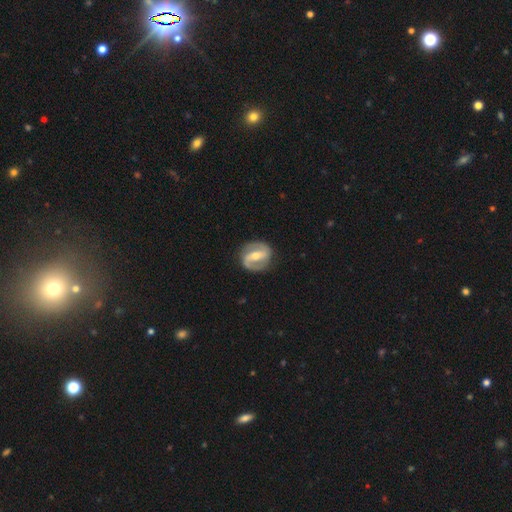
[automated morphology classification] This appears to be a featured or disk galaxy (85%) with a strong bar (58%), 2 (91%) medium (47%) spiral arms (91%) and a moderate central bulge (59%). Merging: none (85%).